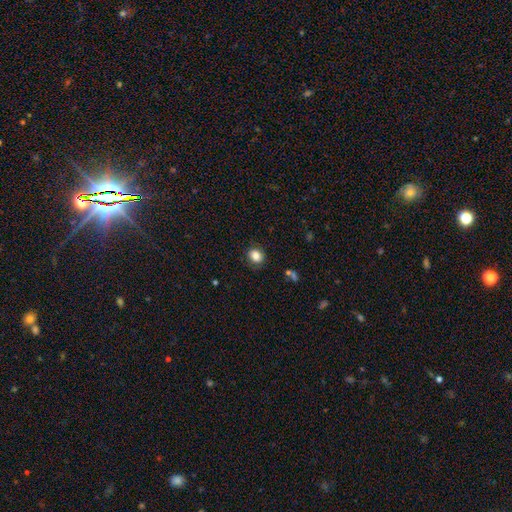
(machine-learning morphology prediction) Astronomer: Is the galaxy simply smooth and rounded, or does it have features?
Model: smooth — 84%.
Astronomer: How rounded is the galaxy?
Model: round — 60% (runner-up: in between, 39%).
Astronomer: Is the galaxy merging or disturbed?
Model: none — 83%.